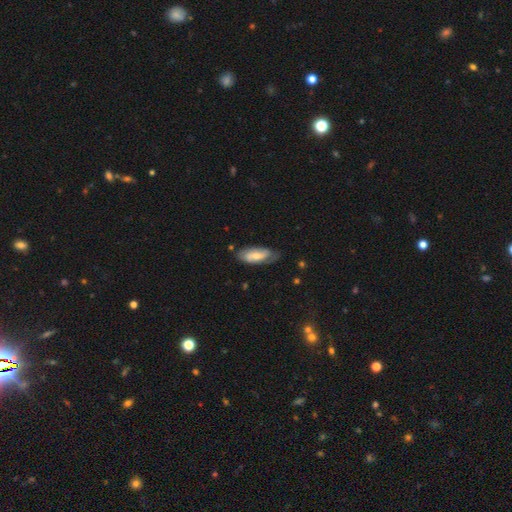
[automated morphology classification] This appears to be a smooth galaxy with no disk features (49%). Merging: none (64%).